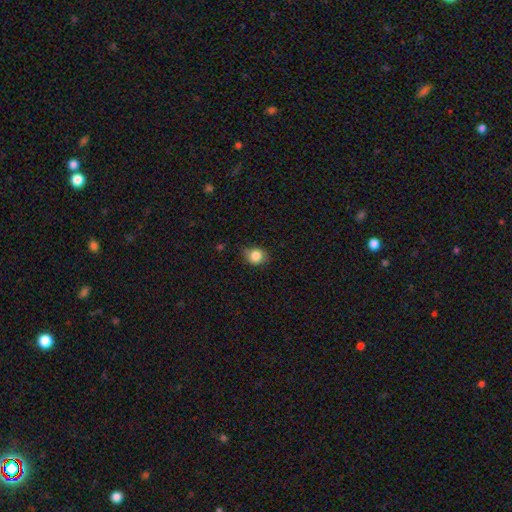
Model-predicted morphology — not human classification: Smooth or featured: smooth — 84% (star or artifact — 10%)
How rounded: round — 70% (in between — 29%)
Merging: none — 71% (minor disturbance — 23%)